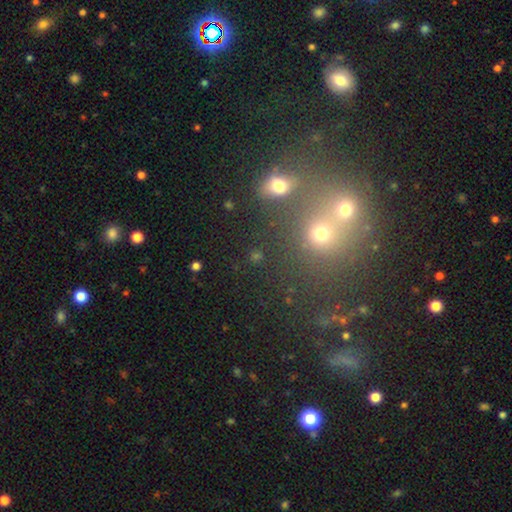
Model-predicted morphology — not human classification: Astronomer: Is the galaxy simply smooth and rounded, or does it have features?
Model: smooth — 59%.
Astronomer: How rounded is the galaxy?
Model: round — 76%.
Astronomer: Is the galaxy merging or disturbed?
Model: none — 71%.